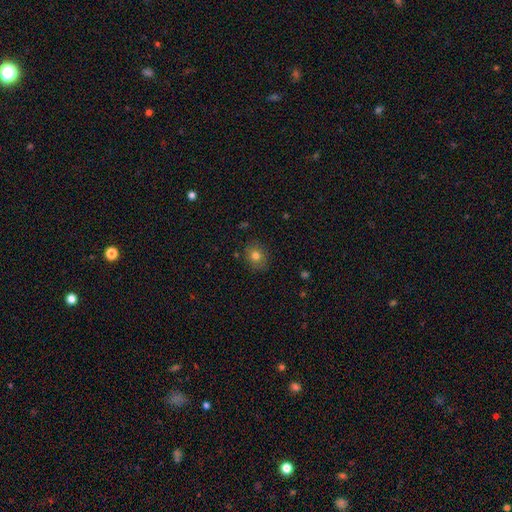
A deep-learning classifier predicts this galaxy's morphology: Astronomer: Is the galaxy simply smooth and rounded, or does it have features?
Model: smooth — 77%.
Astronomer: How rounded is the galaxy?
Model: round — 63%.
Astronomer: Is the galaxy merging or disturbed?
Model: none — 85%.